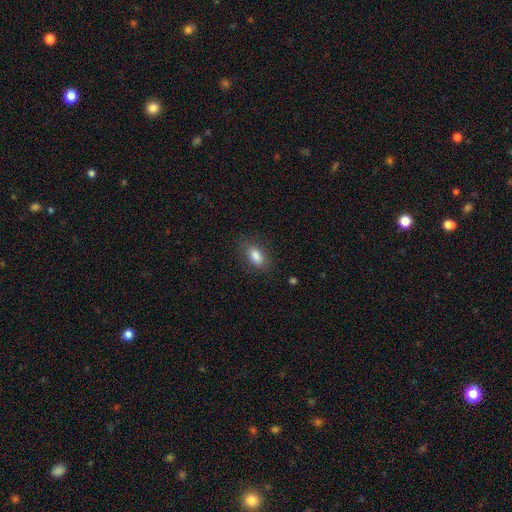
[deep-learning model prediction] Overall: smooth (85%). How rounded: in between (88%). Merging: none (81%).